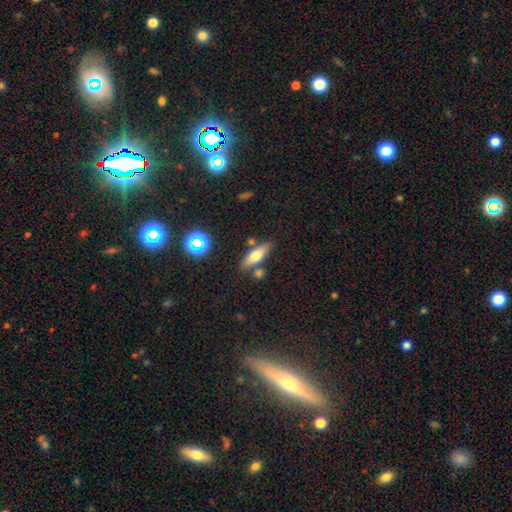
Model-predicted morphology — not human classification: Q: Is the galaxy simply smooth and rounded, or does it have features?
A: smooth — 62%.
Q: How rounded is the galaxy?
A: in between — 48%.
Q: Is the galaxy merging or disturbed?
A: none — 74%.